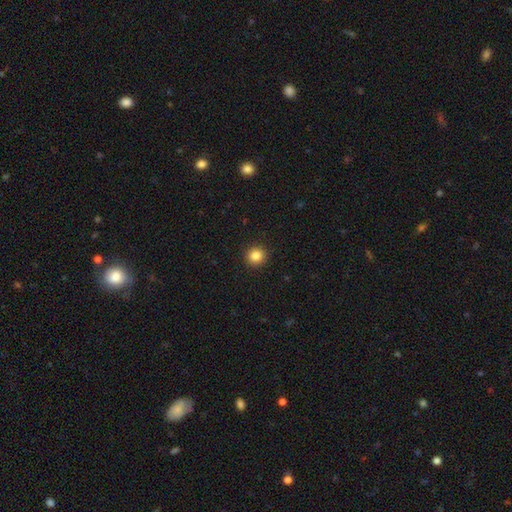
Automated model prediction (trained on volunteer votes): smooth-or-featured: smooth: 85% | star or artifact: 11% | featured or disk: 4%
  how-rounded: round: 90% | in between: 9% | cigar-shaped: 1%
  merging: none: 92% | minor disturbance: 5% | major disturbance: 2% | merger: 1%